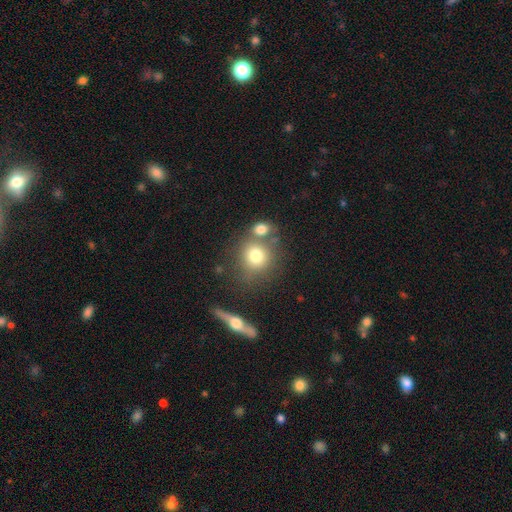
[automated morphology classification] smooth 74%, featured or disk 15%, star or artifact 11%. Down the decision tree: how rounded — round (83%); merging — none (55%).